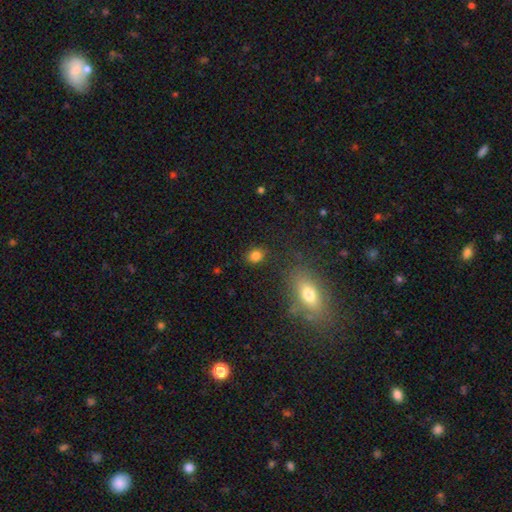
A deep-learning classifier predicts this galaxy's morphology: smooth-or-featured: smooth: 82% | star or artifact: 12% | featured or disk: 6%
  how-rounded: round: 58% | in between: 41% | cigar-shaped: 1%
  merging: none: 86% | minor disturbance: 9% | major disturbance: 3% | merger: 3%